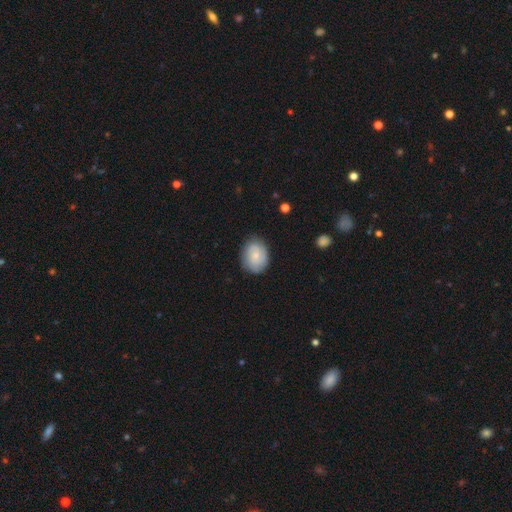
smooth_or_featured: smooth (p=0.50) [alt: featured or disk p=0.42]
how_rounded: in between (p=0.80) [alt: round p=0.20]
merging: none (p=0.92) [alt: minor disturbance p=0.05]